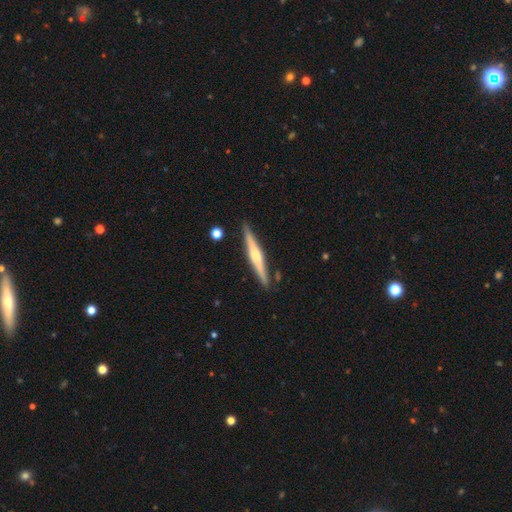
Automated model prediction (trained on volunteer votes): This appears to be a featured or disk galaxy (66%) viewed edge-on (98%) with a rounded central bulge (70%). Merging: none (89%).